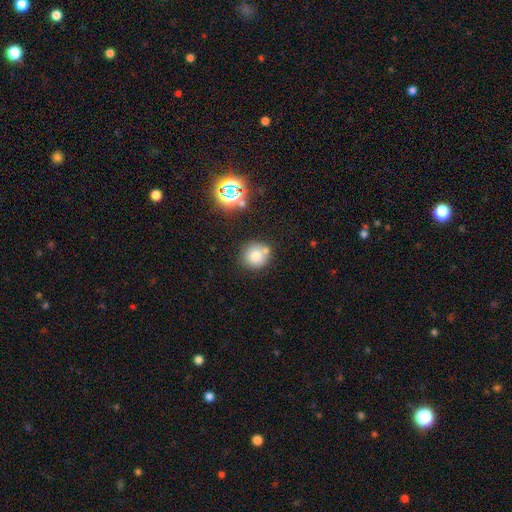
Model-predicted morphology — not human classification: A smooth galaxy with no disk features (75%) that is round (92%).

Vote fractions:
- Smooth or featured? smooth: 75% / star or artifact: 14% / featured or disk: 11%
- How rounded? round: 92% / in between: 7% / cigar-shaped: 1%
- Merging? none: 69% / merger: 16% / minor disturbance: 11% / major disturbance: 3%